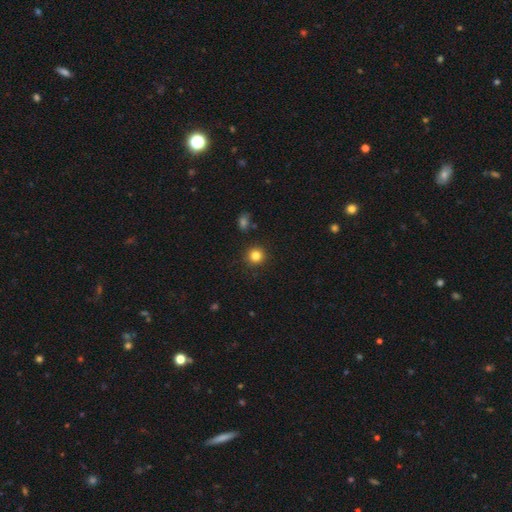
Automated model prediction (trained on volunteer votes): The model was most divided on "smooth or featured": smooth: 82%, star or artifact: 12%, featured or disk: 5%. More confident: how rounded — round (93%); merging — none (90%).